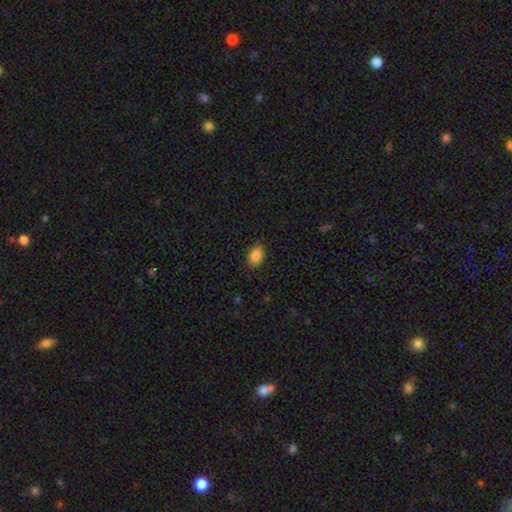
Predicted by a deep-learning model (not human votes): Smooth or featured? smooth (87%)
How rounded? in between (83%)
Merging? none (85%)